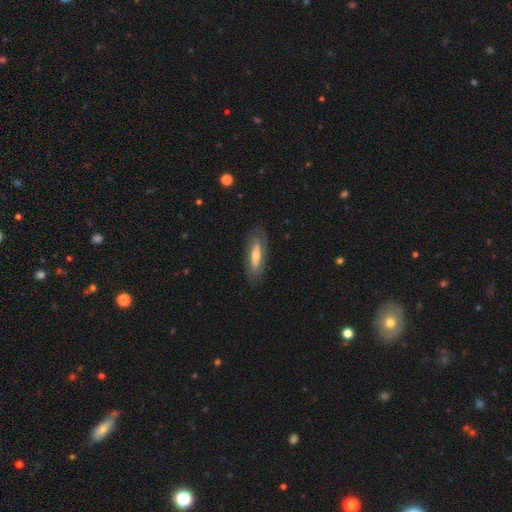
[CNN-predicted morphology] featured or disk 53%, smooth 40%, star or artifact 7%. Down the decision tree: edge-on disk — no (60%); merging — none (81%).